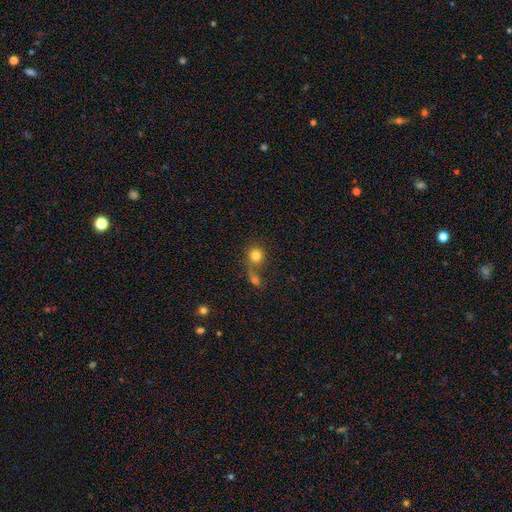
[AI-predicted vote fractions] Smooth or featured?
  - smooth: 82% *
  - star or artifact: 11%
  - featured or disk: 8%
How rounded?
  - round: 88% *
  - in between: 11%
  - cigar-shaped: 1%
Merging?
  - none: 46% *
  - merger: 39%
  - minor disturbance: 9%
  - major disturbance: 6%